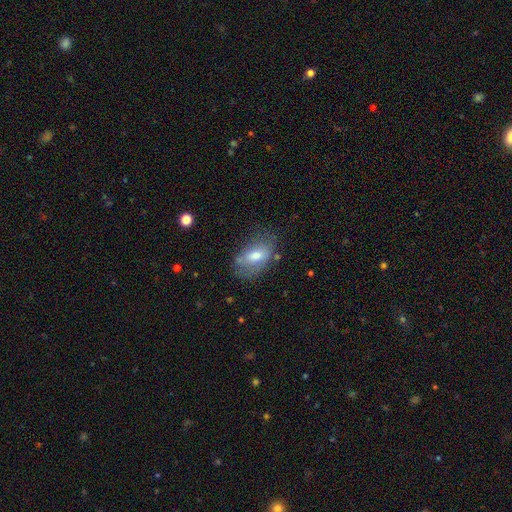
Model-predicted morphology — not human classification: The model was most divided on "merging": none: 61%, minor disturbance: 25%, major disturbance: 10%, merger: 4%. More confident: how rounded — in between (89%); smooth or featured — smooth (65%).